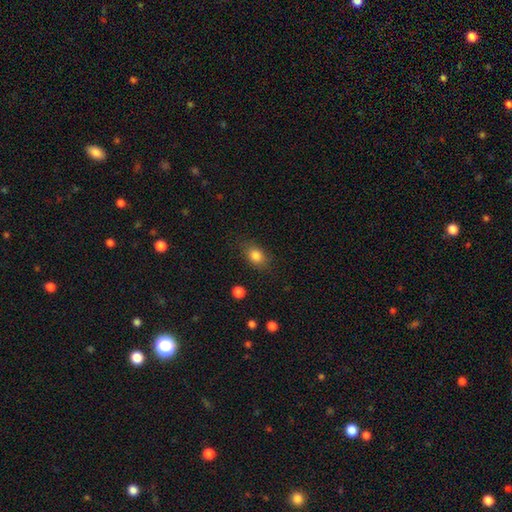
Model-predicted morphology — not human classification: type=smooth (83%); roundness=in between (69%); merging=none (81%).